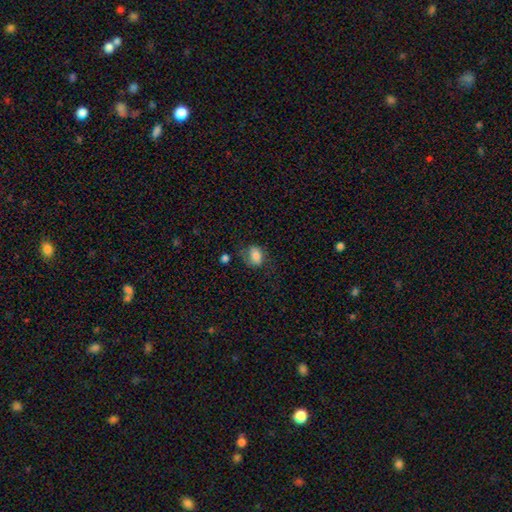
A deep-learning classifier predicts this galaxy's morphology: A smooth galaxy with no disk features (77%) that is in between round and cigar-shaped (78%). Merging: none (56%).